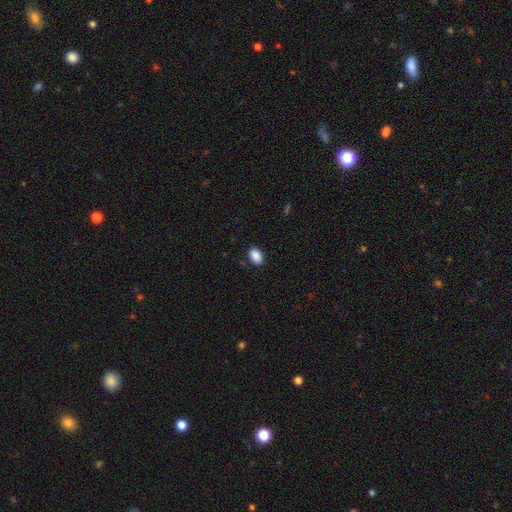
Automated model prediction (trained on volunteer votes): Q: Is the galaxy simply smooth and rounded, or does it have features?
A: smooth — 89%.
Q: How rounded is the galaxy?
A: in between — 87%.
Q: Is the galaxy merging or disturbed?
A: none — 88%.